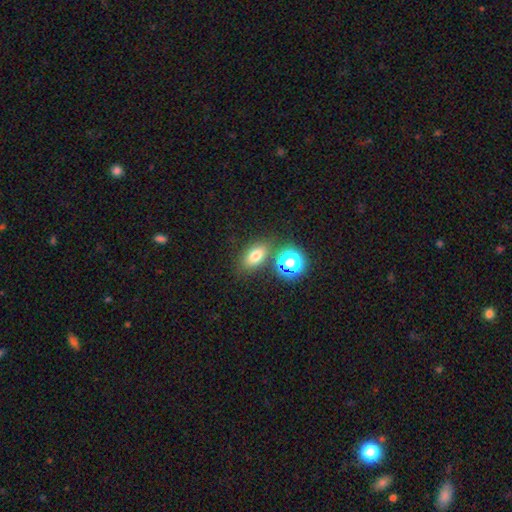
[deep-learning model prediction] Smooth or featured: smooth — 72% (star or artifact — 18%)
How rounded: in between — 74% (round — 22%)
Merging: none — 75% (minor disturbance — 11%)